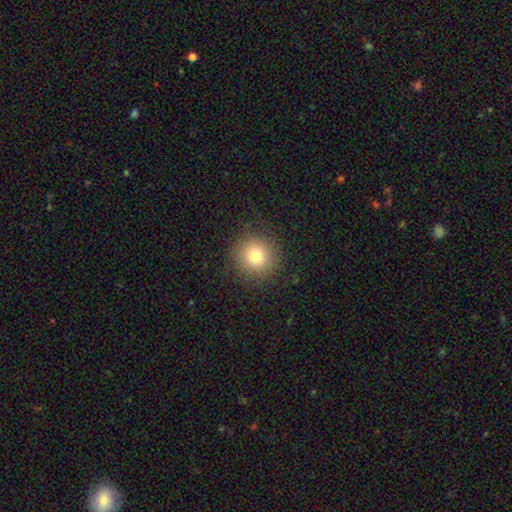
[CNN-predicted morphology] A smooth galaxy with no disk features (78%) that is round (93%).

Vote fractions:
- Smooth or featured? smooth: 78% / star or artifact: 12% / featured or disk: 10%
- How rounded? round: 93% / in between: 6% / cigar-shaped: 1%
- Merging? none: 88% / minor disturbance: 7% / major disturbance: 3% / merger: 1%